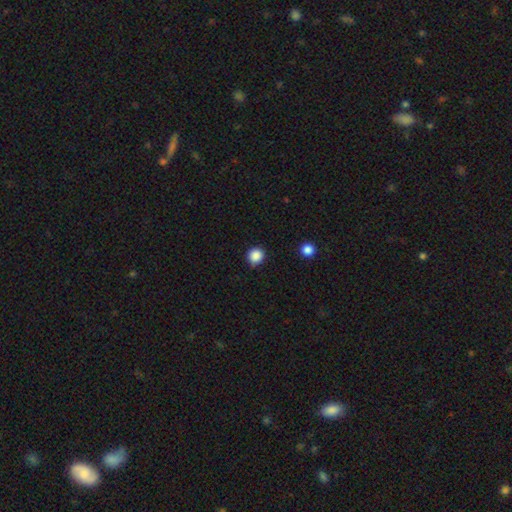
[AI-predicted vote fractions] Smooth or featured?
  - smooth: 87% *
  - star or artifact: 11%
  - featured or disk: 3%
How rounded?
  - round: 93% *
  - in between: 7%
  - cigar-shaped: 1%
Merging?
  - none: 86% *
  - minor disturbance: 10%
  - major disturbance: 2%
  - merger: 2%